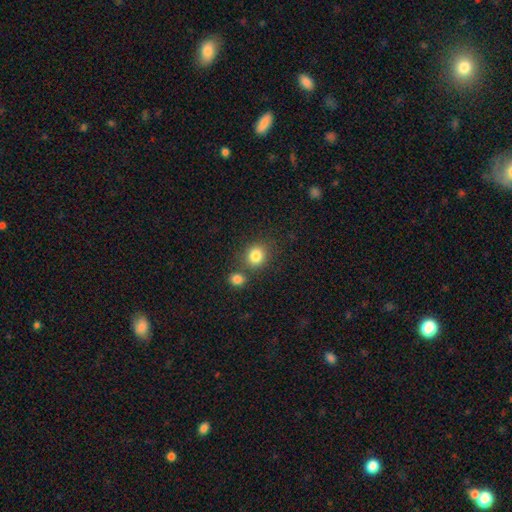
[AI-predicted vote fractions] smooth-or-featured: smooth: 83% | star or artifact: 11% | featured or disk: 6%
  how-rounded: round: 78% | in between: 21% | cigar-shaped: 1%
  merging: none: 68% | merger: 19% | minor disturbance: 10% | major disturbance: 4%